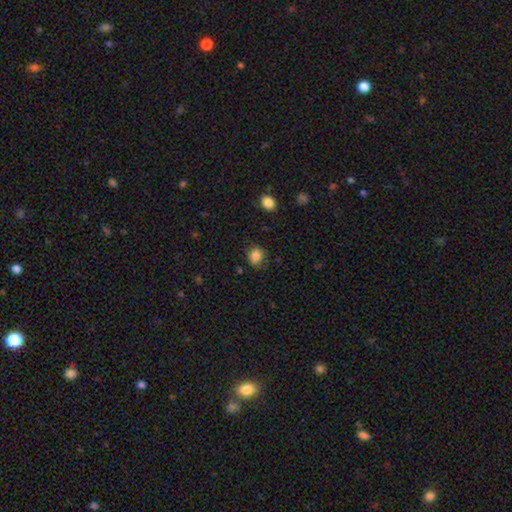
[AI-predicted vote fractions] Overall: smooth (85%). How rounded: round (69%; in between 30%). Merging: none (80%).